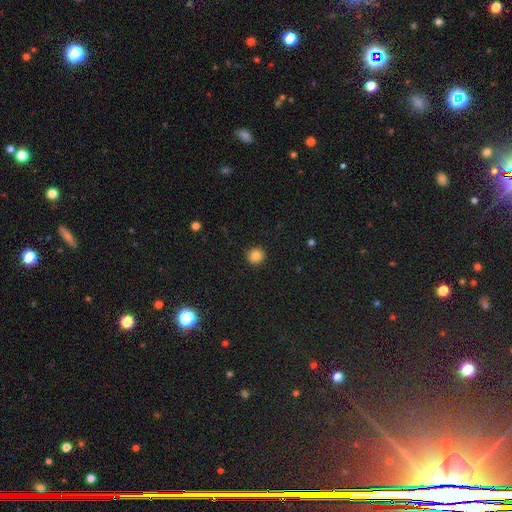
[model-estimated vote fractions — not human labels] Smooth or featured? smooth (84%)
How rounded? round (93%)
Merging? none (92%)